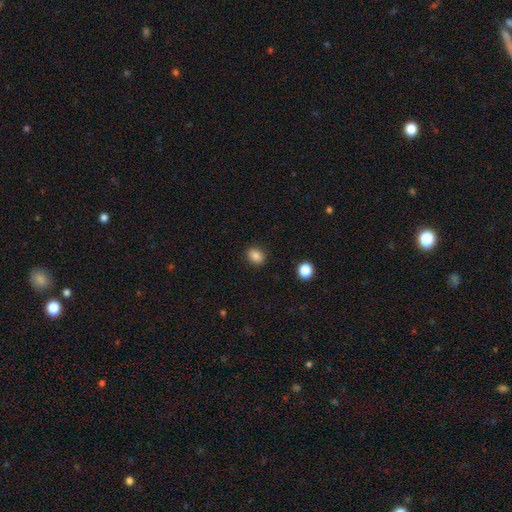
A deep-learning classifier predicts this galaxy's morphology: Smooth or featured? smooth (85%)
How rounded? in between (59%)
Merging? none (88%)